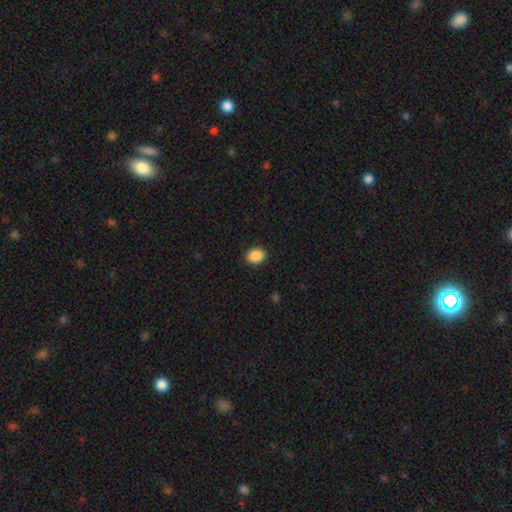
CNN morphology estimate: Smooth or featured? smooth (89%)
How rounded? round (51%)
Merging? none (91%)